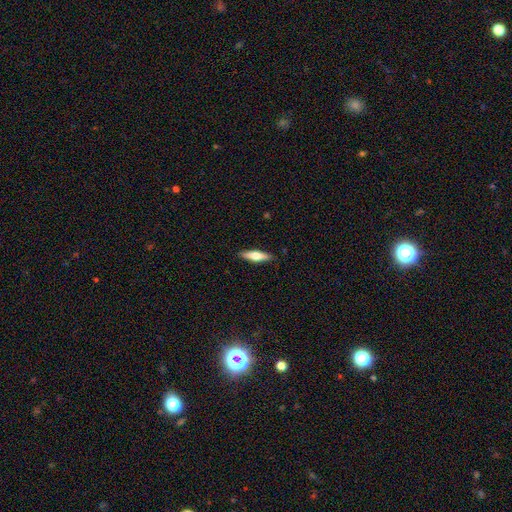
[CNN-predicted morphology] Smooth or featured? Predicted: smooth (p=0.55). How rounded? Predicted: cigar-shaped (p=0.65). Merging? Predicted: none (p=0.89).